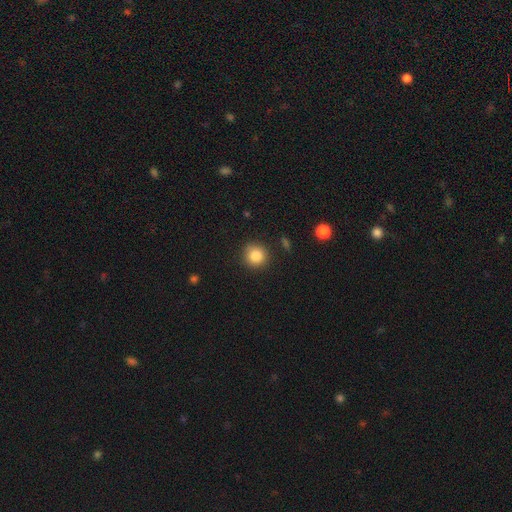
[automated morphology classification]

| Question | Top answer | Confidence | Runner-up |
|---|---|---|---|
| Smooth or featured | smooth | 84% | star or artifact (10%) |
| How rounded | round | 92% | in between (7%) |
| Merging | none | 87% | minor disturbance (9%) |